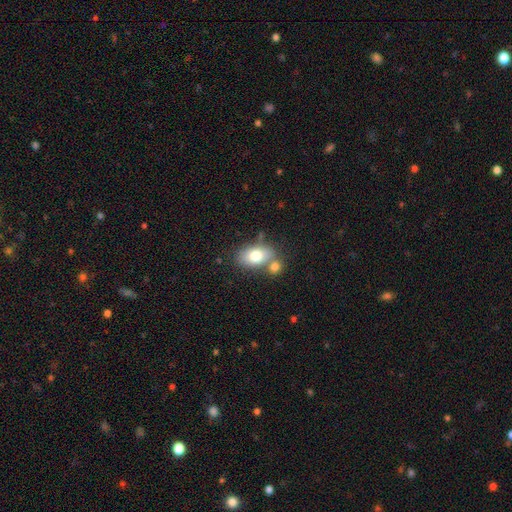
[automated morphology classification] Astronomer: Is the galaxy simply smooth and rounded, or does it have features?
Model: smooth — 76%.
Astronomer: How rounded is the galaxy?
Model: in between — 87%.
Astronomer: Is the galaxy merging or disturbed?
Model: none — 54% (runner-up: merger, 29%).